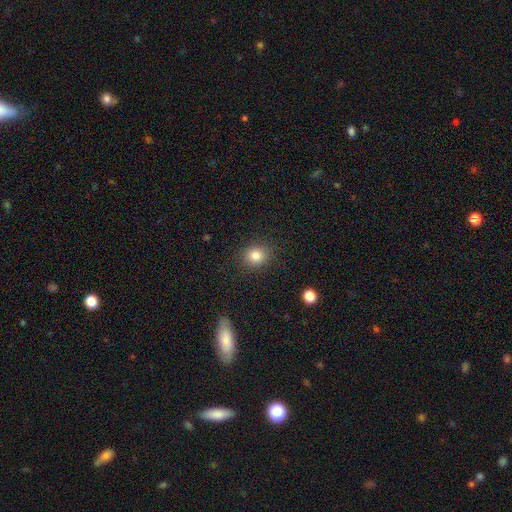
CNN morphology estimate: The model was most divided on "how rounded": round: 73%, in between: 26%, cigar-shaped: 1%. More confident: merging — none (88%); smooth or featured — smooth (83%).